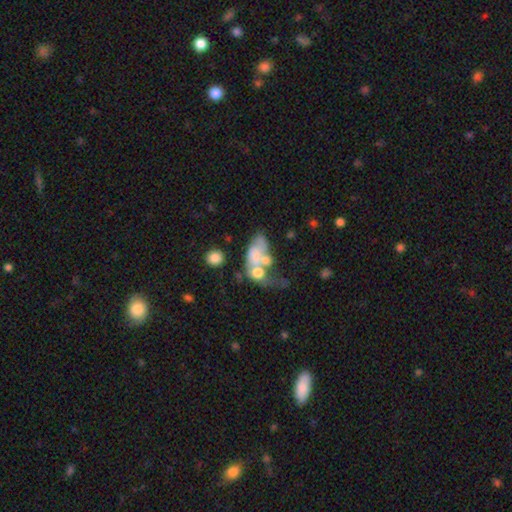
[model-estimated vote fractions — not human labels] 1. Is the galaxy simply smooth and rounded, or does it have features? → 48% smooth, 41% featured or disk, 11% star or artifact.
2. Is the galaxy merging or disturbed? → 49% merger, 26% major disturbance, 14% none, 11% minor disturbance.